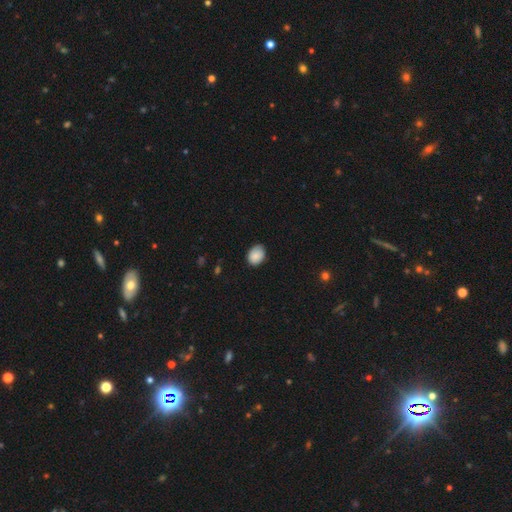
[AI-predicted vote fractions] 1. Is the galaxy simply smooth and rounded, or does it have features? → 88% smooth, 7% star or artifact, 5% featured or disk.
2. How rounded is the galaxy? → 65% in between, 34% round, 1% cigar-shaped.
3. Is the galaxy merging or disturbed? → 77% none, 20% minor disturbance, 3% major disturbance, 1% merger.